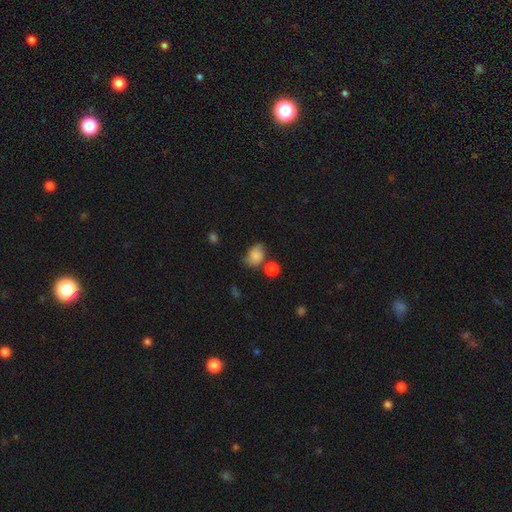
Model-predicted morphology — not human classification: A smooth galaxy with no disk features (80%) that is in between round and cigar-shaped (71%). Merging: none (54%).